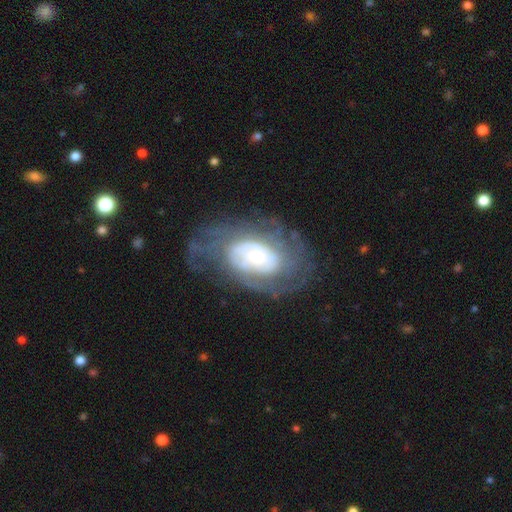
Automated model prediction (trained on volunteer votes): This is likely a featured or disk galaxy (78%). It is clearly not viewed edge-on (96%). Bar: likely no (73%). Spiral arm pattern: clearly yes (84%). Spiral arm count: possibly can't tell (52%). Spiral winding: possibly tight (60%). Central bulge: marginally small (39%). Merging: possibly none (55%).